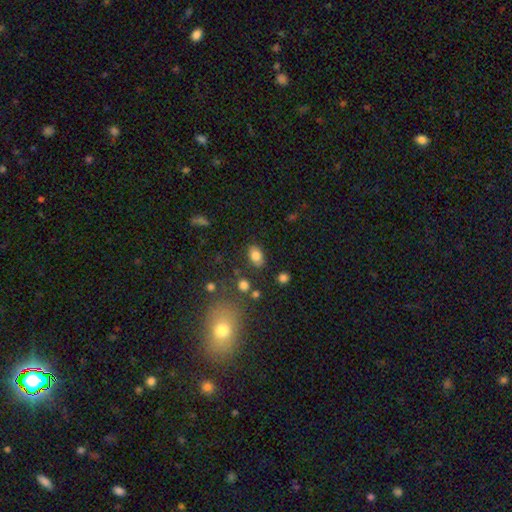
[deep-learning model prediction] Smooth or featured? Predicted: smooth (p=0.82). How rounded? Predicted: in between (p=0.86). Merging? Predicted: none (p=0.81).